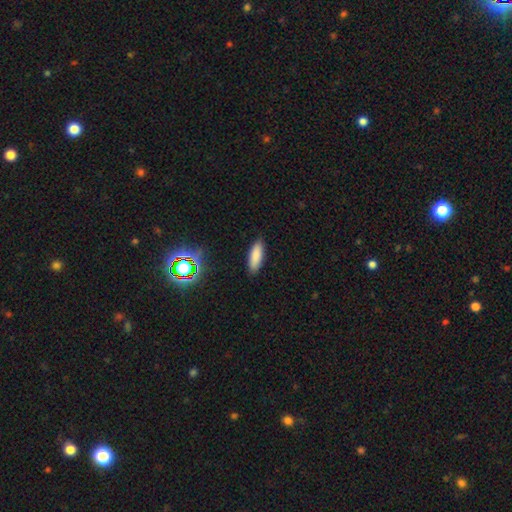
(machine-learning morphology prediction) A smooth galaxy with no disk features (85%) that is in between round and cigar-shaped (64%). Merging: none (88%).